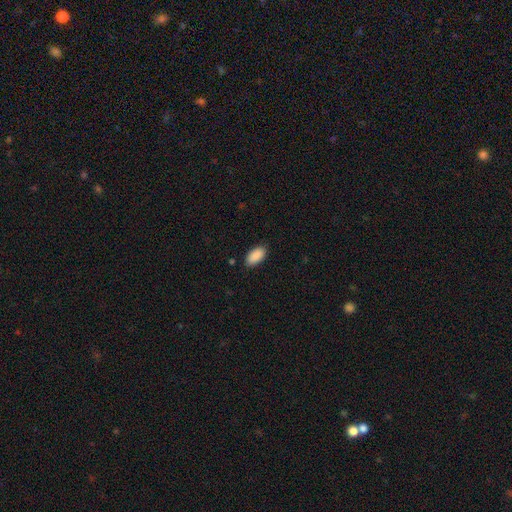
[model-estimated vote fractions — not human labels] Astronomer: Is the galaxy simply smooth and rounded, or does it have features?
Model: smooth — 91%.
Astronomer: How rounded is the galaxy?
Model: in between — 94%.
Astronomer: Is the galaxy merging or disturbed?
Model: none — 86%.